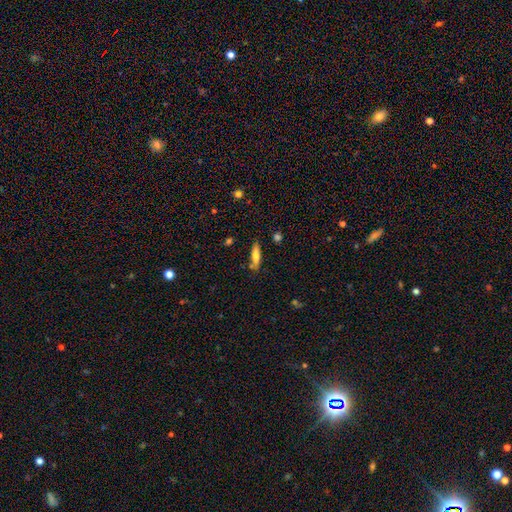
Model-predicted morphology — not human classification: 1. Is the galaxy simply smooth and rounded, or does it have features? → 70% smooth, 23% featured or disk, 7% star or artifact.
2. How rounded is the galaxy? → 60% cigar-shaped, 38% in between, 2% round.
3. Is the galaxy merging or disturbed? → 75% none, 16% minor disturbance, 5% merger, 3% major disturbance.